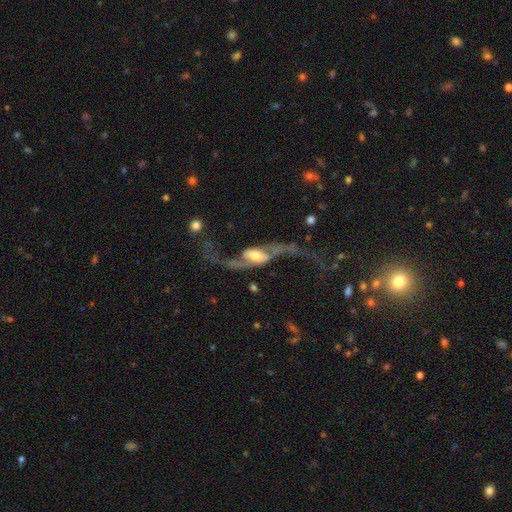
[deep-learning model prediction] The model was most divided on "bar": weak: 39%, no: 32%, strong: 29%. Remaining: spiral arms — yes (93%); spiral arm count — 2 (93%); spiral winding — loose (90%); edge-on disk — no (89%); smooth or featured — featured or disk (87%); bulge size — moderate (52%); merging — none (47%).